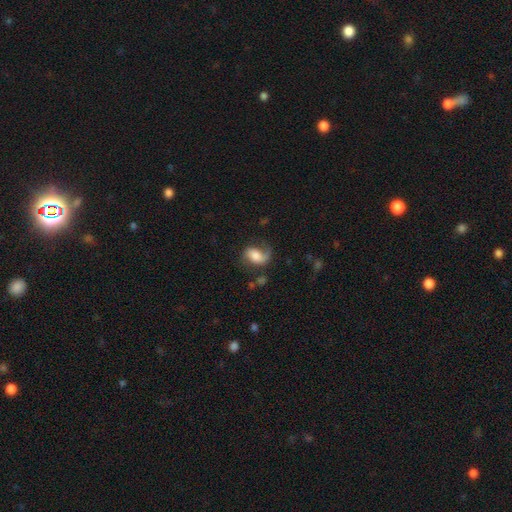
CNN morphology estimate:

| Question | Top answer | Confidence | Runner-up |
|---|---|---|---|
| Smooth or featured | featured or disk | 51% | smooth (40%) |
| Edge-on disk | no | 96% | yes (4%) |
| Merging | none | 50% | minor disturbance (24%) |